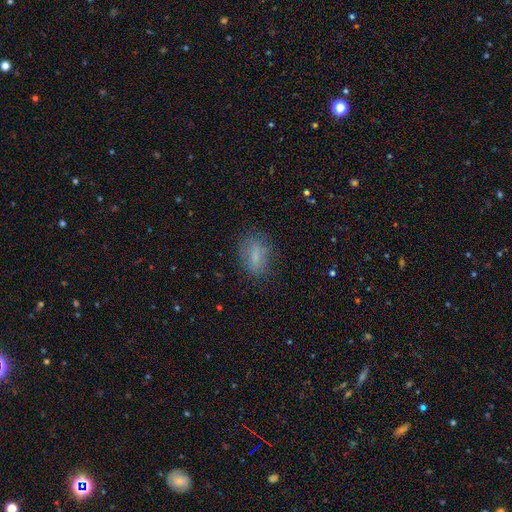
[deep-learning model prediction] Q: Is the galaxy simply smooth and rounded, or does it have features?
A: smooth — 74%.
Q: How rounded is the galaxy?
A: in between — 79%.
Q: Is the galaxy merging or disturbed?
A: none — 72%.